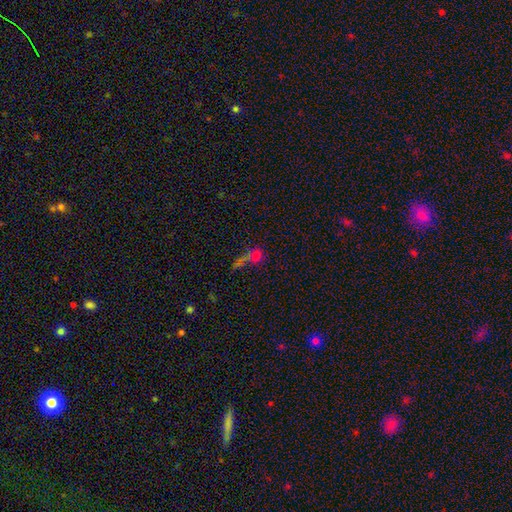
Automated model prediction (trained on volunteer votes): Morphology: type=smooth (52%); roundness=round (58%); merging=merger (41%).